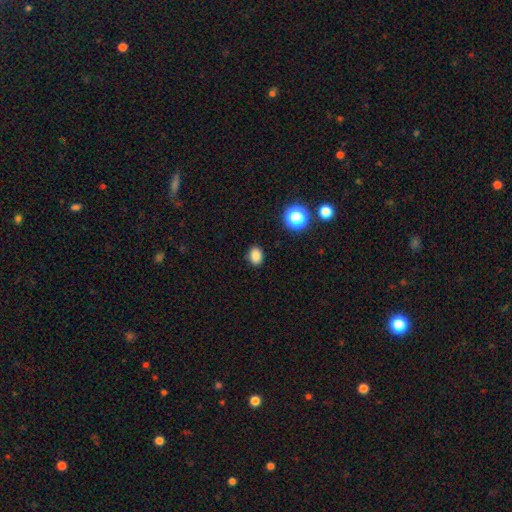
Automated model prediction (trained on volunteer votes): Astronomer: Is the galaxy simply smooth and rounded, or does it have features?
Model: smooth — 84%.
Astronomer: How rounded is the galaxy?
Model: in between — 62% (runner-up: round, 37%).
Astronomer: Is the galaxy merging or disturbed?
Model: none — 88%.